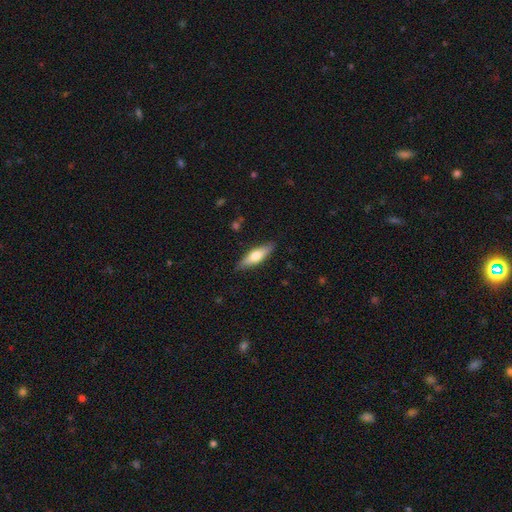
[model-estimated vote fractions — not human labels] Q: Smooth or featured?
A: smooth (57%); runner-up: featured or disk (37%)
Q: How rounded?
A: cigar-shaped (56%); runner-up: in between (42%)
Q: Merging?
A: none (87%); runner-up: minor disturbance (10%)